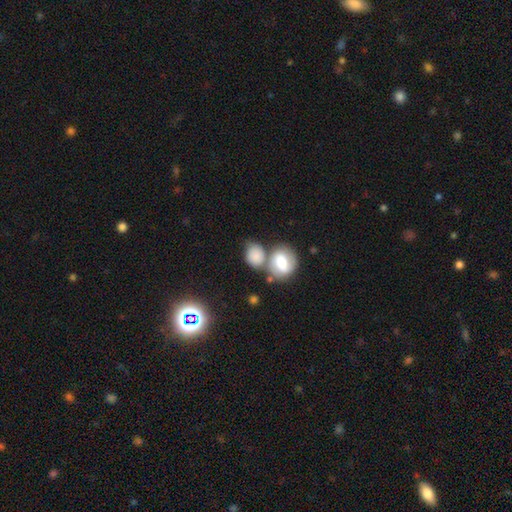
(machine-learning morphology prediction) A smooth galaxy with no disk features (75%) that is round (55%).

Vote fractions:
- Smooth or featured? smooth: 75% / featured or disk: 17% / star or artifact: 8%
- How rounded? round: 55% / in between: 43% / cigar-shaped: 1%
- Merging? none: 40% / merger: 37% / minor disturbance: 16% / major disturbance: 7%